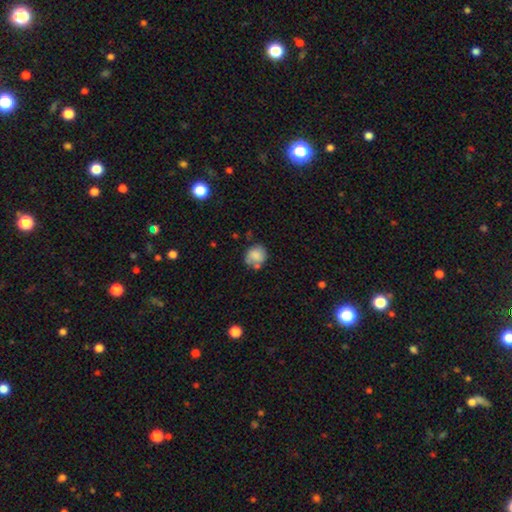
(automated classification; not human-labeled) smooth-or-featured: smooth: 73% | featured or disk: 17% | star or artifact: 9%
  how-rounded: round: 78% | in between: 21% | cigar-shaped: 1%
  merging: none: 56% | minor disturbance: 23% | merger: 14% | major disturbance: 8%